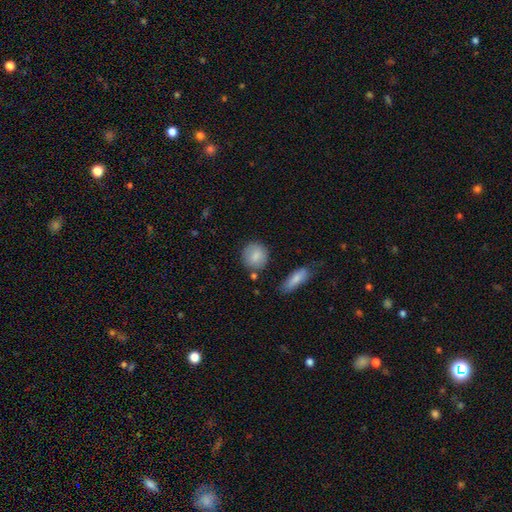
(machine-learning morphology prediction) This appears to be a smooth galaxy with no disk features (85%) that is round (82%). Merging: none (78%).